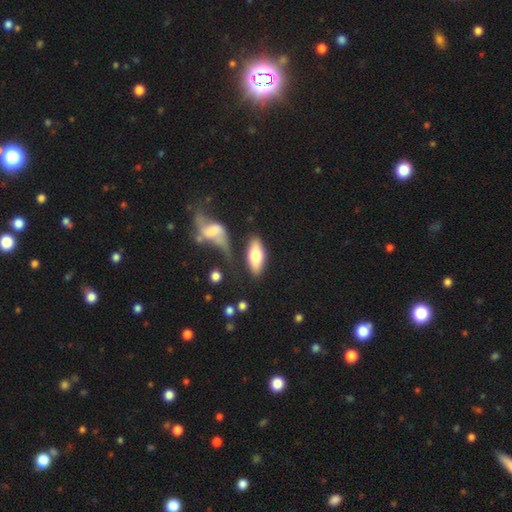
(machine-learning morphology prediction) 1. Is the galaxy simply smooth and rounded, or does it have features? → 68% smooth, 26% featured or disk, 6% star or artifact.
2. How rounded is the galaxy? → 83% in between, 14% cigar-shaped, 3% round.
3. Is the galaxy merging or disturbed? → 65% none, 15% minor disturbance, 13% merger, 6% major disturbance.